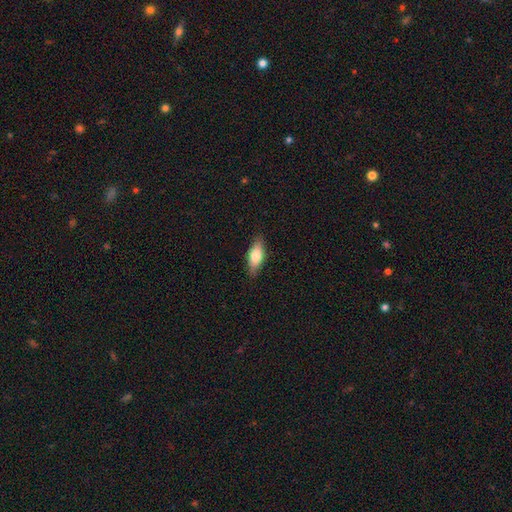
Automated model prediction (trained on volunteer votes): smooth_or_featured: smooth (p=0.72) [alt: featured or disk p=0.22]
how_rounded: in between (p=0.75) [alt: cigar-shaped p=0.22]
merging: none (p=0.86) [alt: minor disturbance p=0.11]